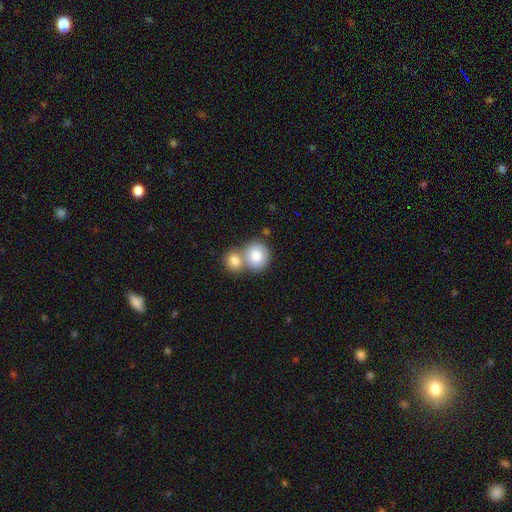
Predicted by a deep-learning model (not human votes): A smooth galaxy with no disk features (81%) that is round (80%).

Vote fractions:
- Smooth or featured? smooth: 81% / featured or disk: 12% / star or artifact: 8%
- How rounded? round: 80% / in between: 19% / cigar-shaped: 1%
- Merging? merger: 53% / none: 38% / minor disturbance: 7% / major disturbance: 2%